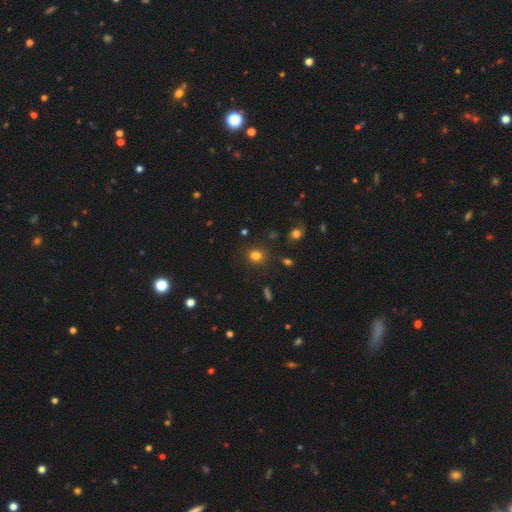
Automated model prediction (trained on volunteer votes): Overall: smooth (79%). How rounded: round (66%; in between 32%). Merging: none (79%).